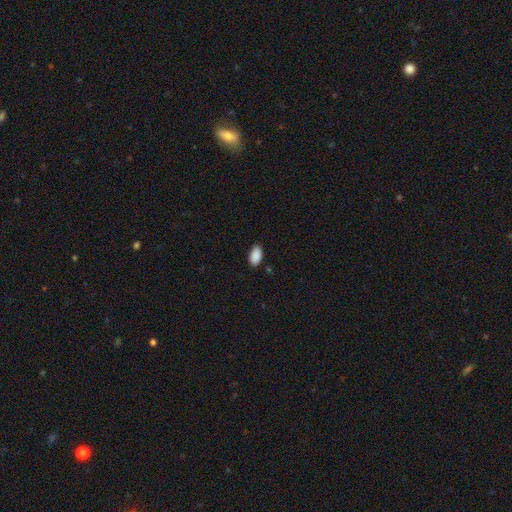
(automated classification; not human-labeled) Smooth or featured: smooth — 90% (star or artifact — 7%)
How rounded: in between — 95% (round — 4%)
Merging: none — 84% (minor disturbance — 13%)